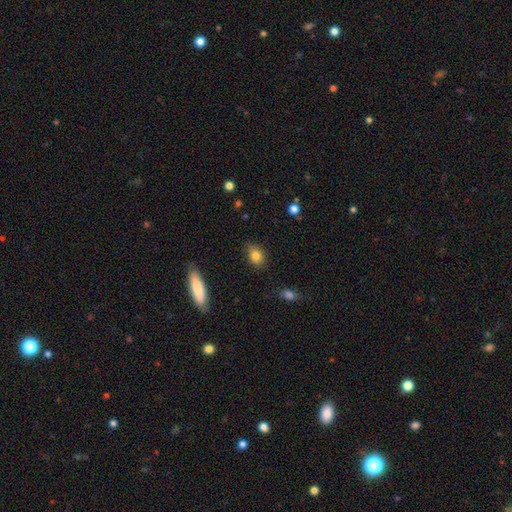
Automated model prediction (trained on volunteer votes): Smooth or featured?
  - smooth: 82% *
  - star or artifact: 9%
  - featured or disk: 8%
How rounded?
  - in between: 58% *
  - round: 39%
  - cigar-shaped: 3%
Merging?
  - none: 74% *
  - minor disturbance: 21%
  - major disturbance: 4%
  - merger: 2%